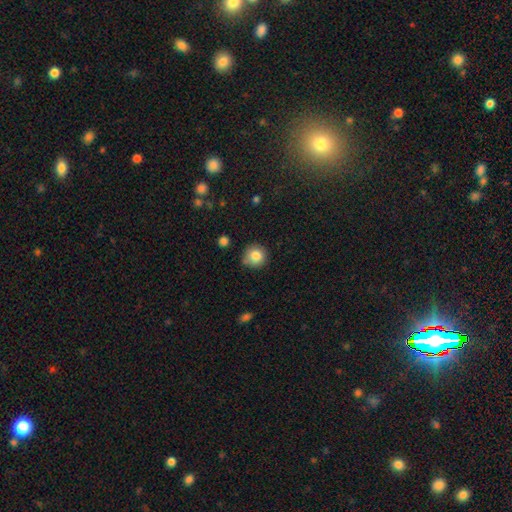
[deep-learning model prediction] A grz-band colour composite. It shows a smooth galaxy with no disk features (83%) that is round (94%). Merging: none (82%).